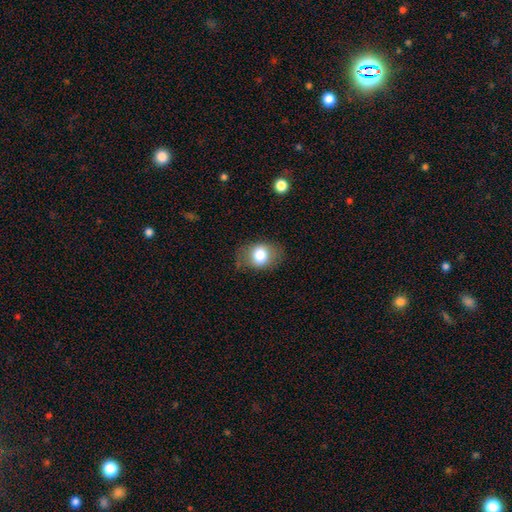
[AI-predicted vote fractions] The model was most divided on "how rounded": in between: 63%, round: 36%, cigar-shaped: 1%. More confident: smooth or featured — smooth (76%); merging — none (75%).